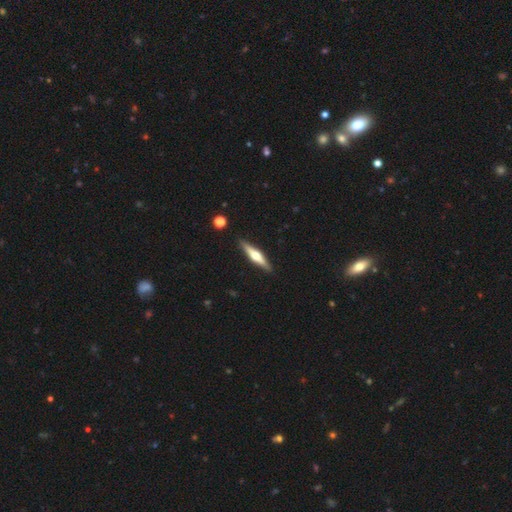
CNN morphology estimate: A featured or disk galaxy (65%) viewed edge-on (96%) with a rounded central bulge (93%). Merging: none (90%).